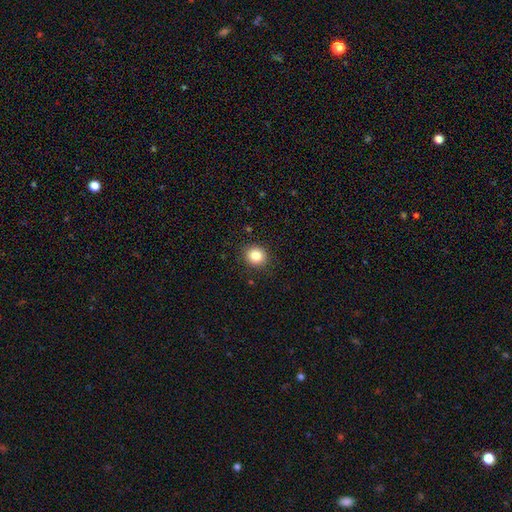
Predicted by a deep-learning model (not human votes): smooth 83%, star or artifact 11%, featured or disk 6%. Down the decision tree: how rounded — round (83%); merging — none (90%).